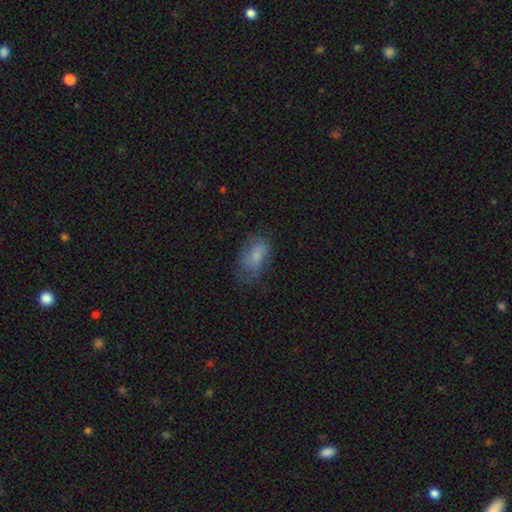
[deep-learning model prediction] A smooth galaxy with no disk features (67%) that is in between round and cigar-shaped (88%).

Vote fractions:
- Smooth or featured? smooth: 67% / featured or disk: 24% / star or artifact: 9%
- How rounded? in between: 88% / round: 9% / cigar-shaped: 3%
- Merging? none: 55% / minor disturbance: 28% / major disturbance: 15% / merger: 2%